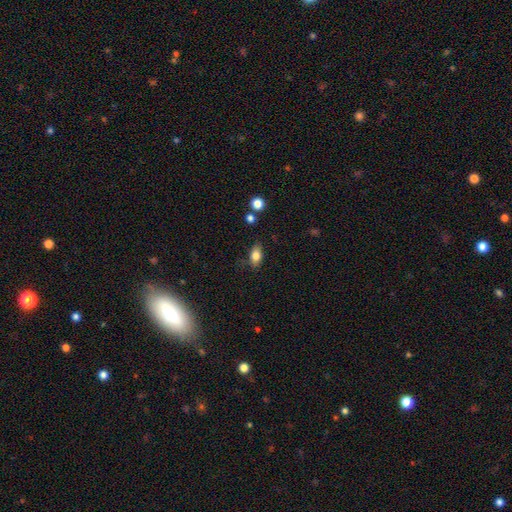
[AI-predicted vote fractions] Smooth or featured? Predicted: smooth (p=0.80). How rounded? Predicted: in between (p=0.84). Merging? Predicted: none (p=0.78).